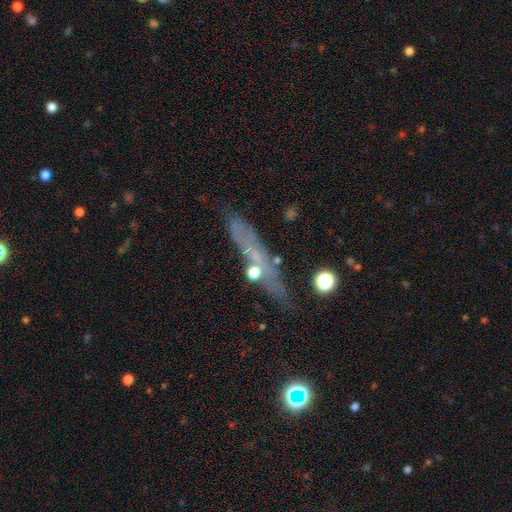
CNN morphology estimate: Smooth or featured? Predicted: featured or disk (p=0.47). Merging? Predicted: none (p=0.73).